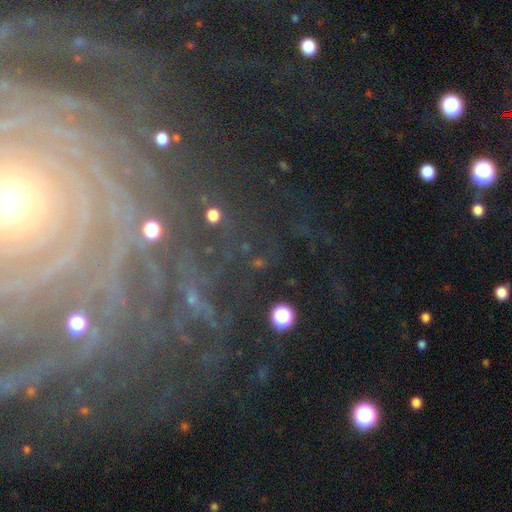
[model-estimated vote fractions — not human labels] Smooth or featured?
  - featured or disk: 59% *
  - star or artifact: 27%
  - smooth: 14%
Edge-on disk?
  - no: 93% *
  - yes: 7%
Bar?
  - no: 50% *
  - weak: 28%
  - strong: 23%
Spiral arms?
  - yes: 94% *
  - no: 6%
Spiral winding?
  - tight: 77% *
  - medium: 17%
  - loose: 6%
Spiral arm count?
  - can't tell: 25% *
  - 3: 18%
  - more than 4: 15%
  - 4: 15%
  - 2: 15%
  - 1: 12%
Bulge size?
  - small: 68% *
  - moderate: 20%
  - none: 5%
  - large: 4%
  - dominant: 3%
Merging?
  - none: 77% *
  - minor disturbance: 12%
  - major disturbance: 8%
  - merger: 3%